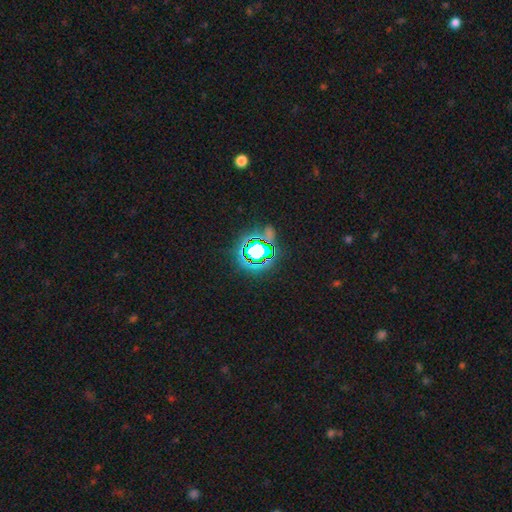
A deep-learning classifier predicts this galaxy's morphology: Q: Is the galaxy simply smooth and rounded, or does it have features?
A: star or artifact — 75%.